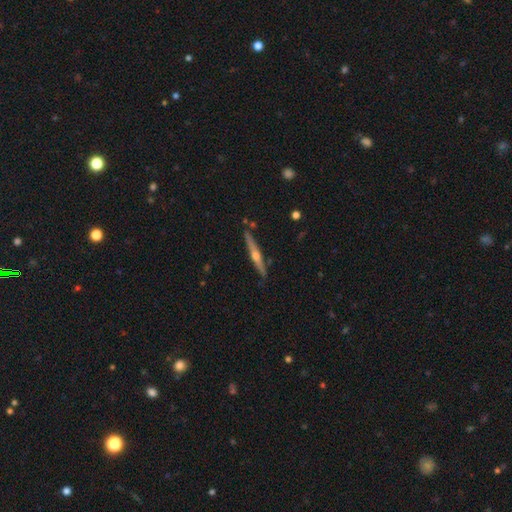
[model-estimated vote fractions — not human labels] This is likely a featured or disk galaxy (74%). It is clearly viewed edge-on (97%). Edge-on bulge: clearly rounded (91%). Merging: clearly none (87%).